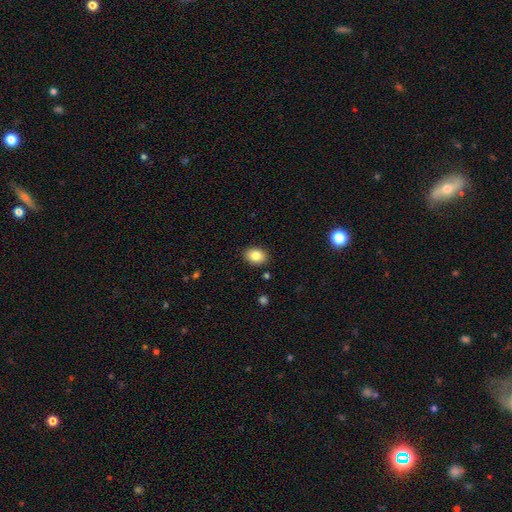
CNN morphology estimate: This appears to be a smooth galaxy with no disk features (84%) that is in between round and cigar-shaped (69%). Merging: none (88%).